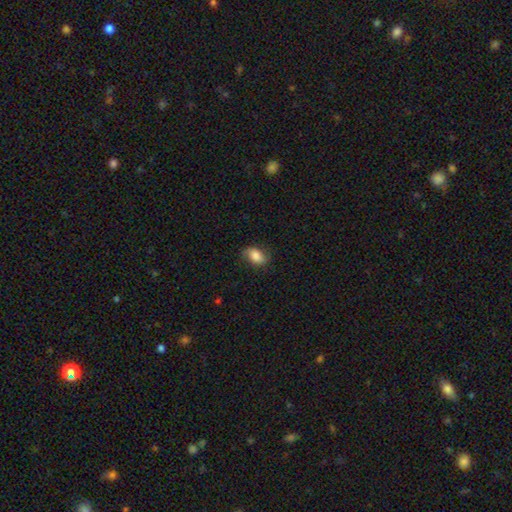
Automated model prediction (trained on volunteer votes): smooth 77%, featured or disk 15%, star or artifact 8%. Down the decision tree: how rounded — in between (84%); merging — none (71%).